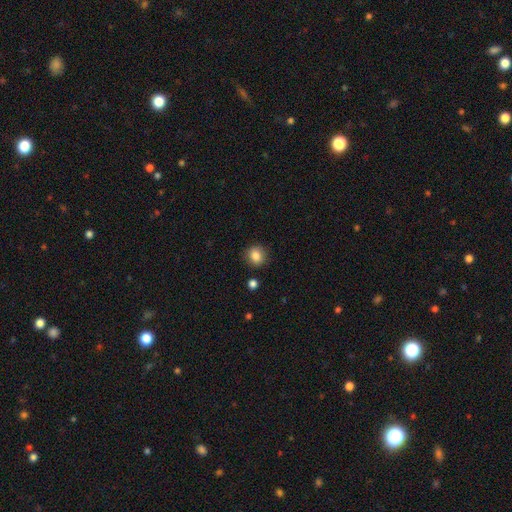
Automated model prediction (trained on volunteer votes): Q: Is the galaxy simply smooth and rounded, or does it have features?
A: smooth — 85%.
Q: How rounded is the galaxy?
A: round — 84%.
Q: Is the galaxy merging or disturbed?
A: none — 87%.